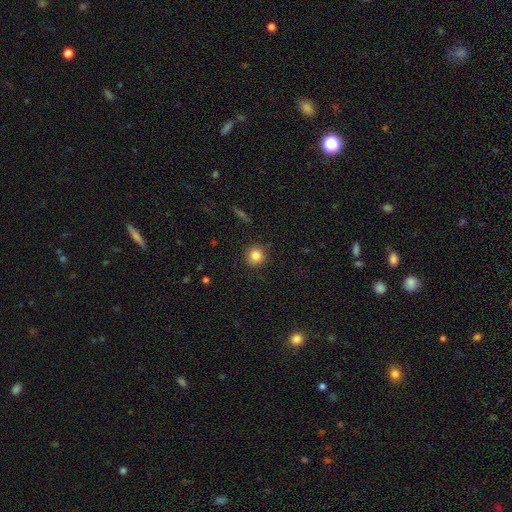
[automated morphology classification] smooth_or_featured: smooth (p=0.83) [alt: star or artifact p=0.10]
how_rounded: round (p=0.94) [alt: in between p=0.05]
merging: none (p=0.91) [alt: minor disturbance p=0.06]